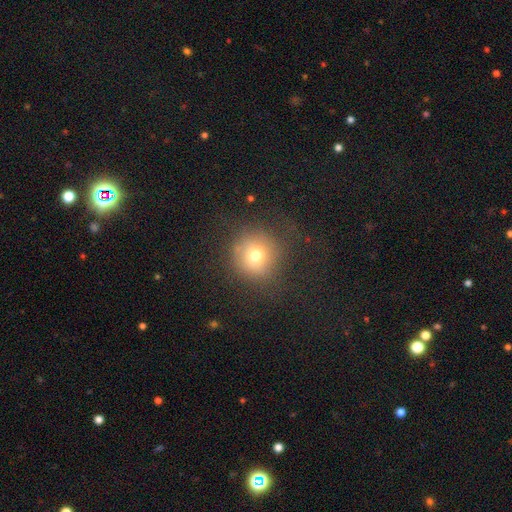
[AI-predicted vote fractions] Smooth or featured: smooth — 70% (star or artifact — 16%)
How rounded: round — 93% (in between — 6%)
Merging: none — 75% (minor disturbance — 14%)